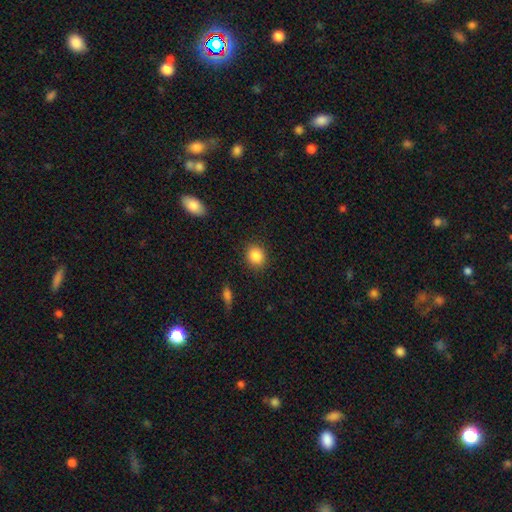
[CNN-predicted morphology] This appears to be a smooth galaxy with no disk features (87%) that is round (76%). Merging: none (89%).